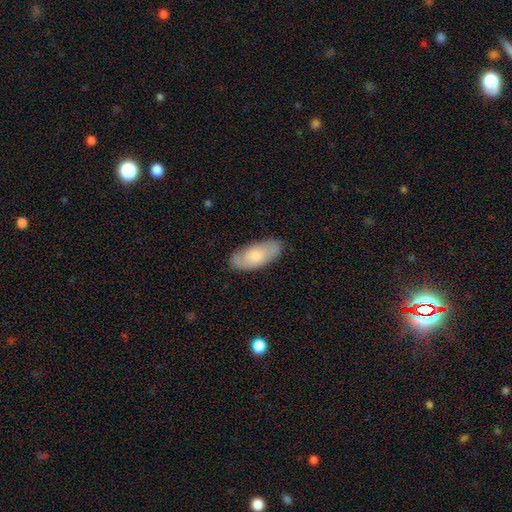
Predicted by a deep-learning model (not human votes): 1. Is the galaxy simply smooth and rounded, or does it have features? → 64% smooth, 30% featured or disk, 6% star or artifact.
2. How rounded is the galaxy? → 86% in between, 12% cigar-shaped, 2% round.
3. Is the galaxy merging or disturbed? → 80% none, 16% minor disturbance, 3% major disturbance, 1% merger.